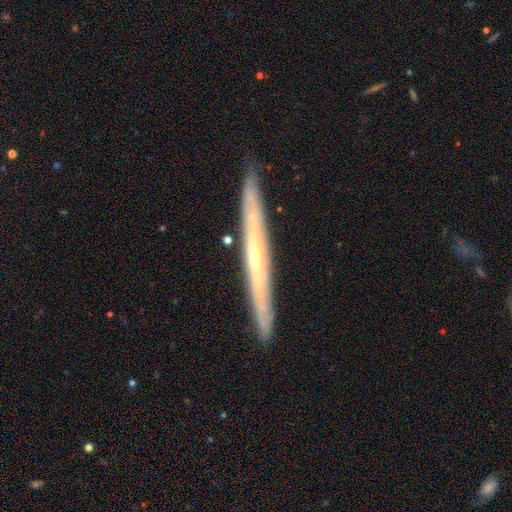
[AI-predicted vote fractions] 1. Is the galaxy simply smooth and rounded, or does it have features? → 72% featured or disk, 22% smooth, 6% star or artifact.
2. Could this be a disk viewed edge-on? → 94% yes, 6% no.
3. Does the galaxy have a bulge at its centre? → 55% none, 42% rounded, 3% boxy.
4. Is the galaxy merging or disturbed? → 90% none, 7% minor disturbance, 1% major disturbance, 1% merger.